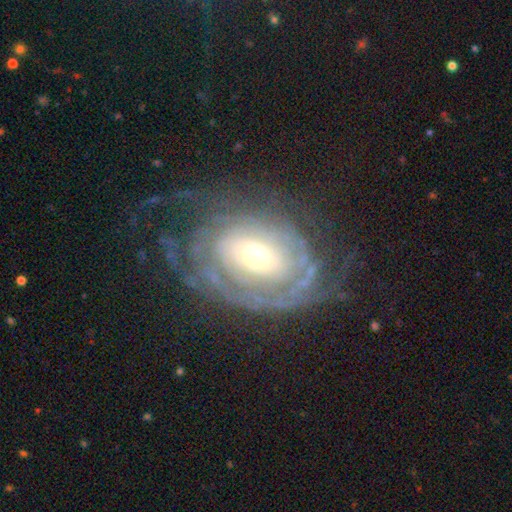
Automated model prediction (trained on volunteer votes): The model was most divided on "bulge size": moderate: 50%, small: 38%, large: 9%, dominant: 2%, none: 1%. Remaining: edge-on disk — no (96%); spiral arms — yes (87%); smooth or featured — featured or disk (83%); spiral winding — tight (64%); bar — no (61%); merging — none (57%); spiral arm count — can't tell (40%).